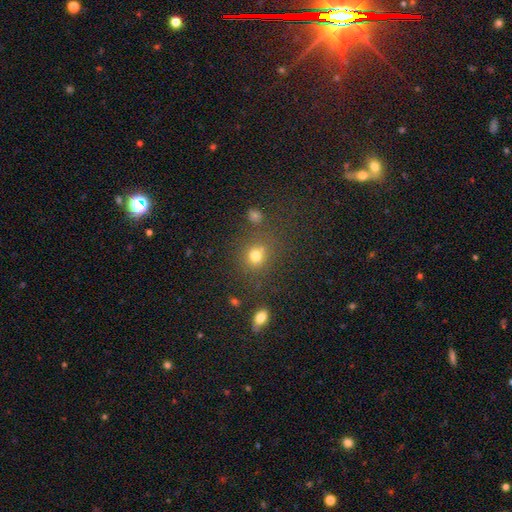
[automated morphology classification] smooth 75%, star or artifact 17%, featured or disk 8%. Down the decision tree: how rounded — round (81%); merging — none (68%).